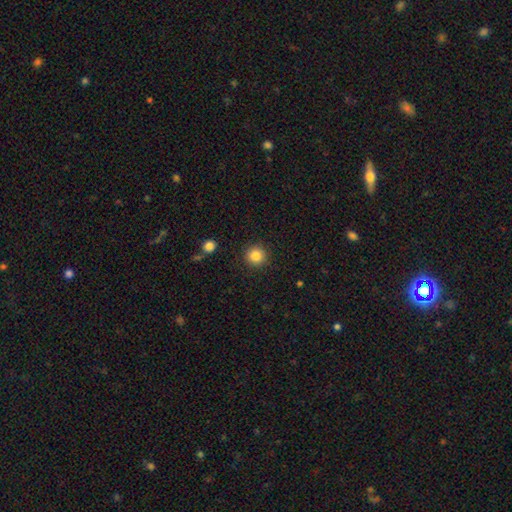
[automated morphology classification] Smooth or featured: smooth — 85% (star or artifact — 10%)
How rounded: round — 94% (in between — 5%)
Merging: none — 91% (minor disturbance — 6%)